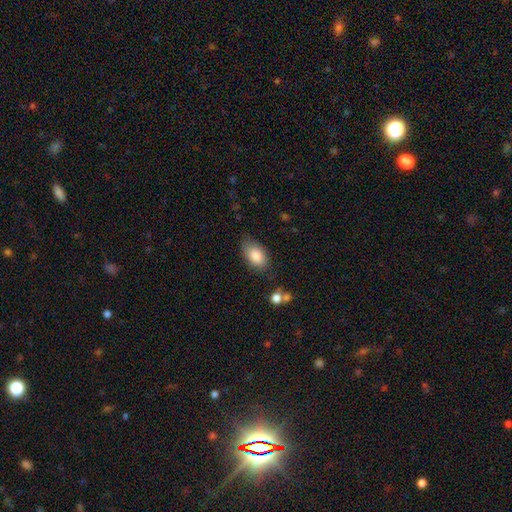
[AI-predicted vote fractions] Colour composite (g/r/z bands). It shows a smooth galaxy with no disk features (85%) that is in between round and cigar-shaped (91%). Merging: none (72%).